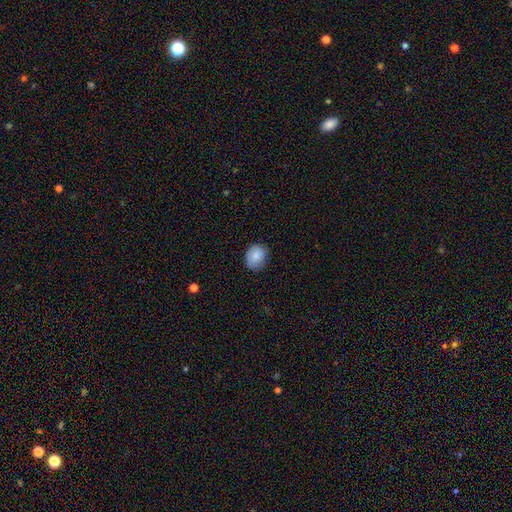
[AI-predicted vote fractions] Smooth or featured: smooth — 83% (featured or disk — 9%)
How rounded: in between — 51% (round — 48%)
Merging: none — 76% (minor disturbance — 19%)